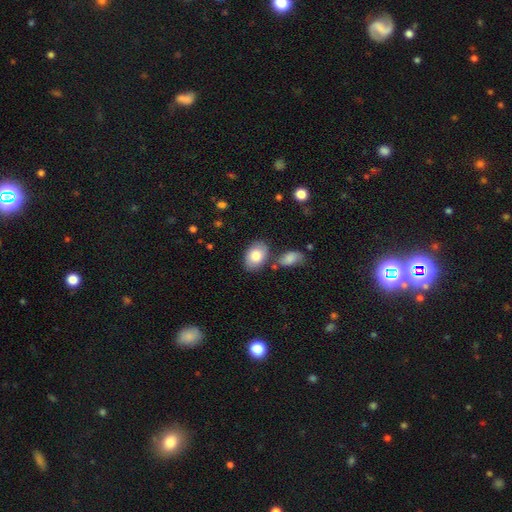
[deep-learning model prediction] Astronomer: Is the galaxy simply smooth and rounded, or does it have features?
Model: smooth — 78%.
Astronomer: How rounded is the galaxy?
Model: in between — 86%.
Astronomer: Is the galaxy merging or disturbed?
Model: none — 73%.